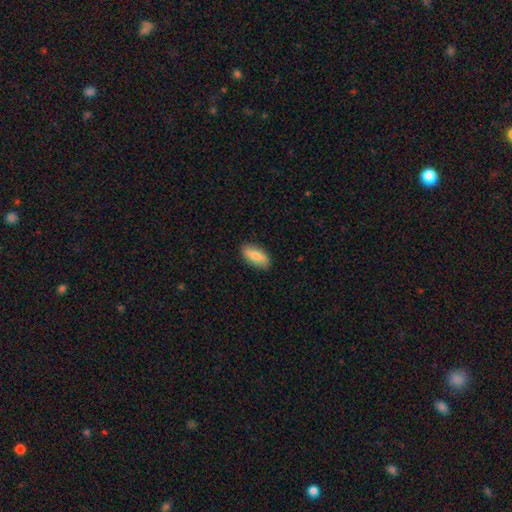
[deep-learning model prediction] This appears to be a smooth galaxy with no disk features (78%) that is in between round and cigar-shaped (86%). Merging: none (87%).